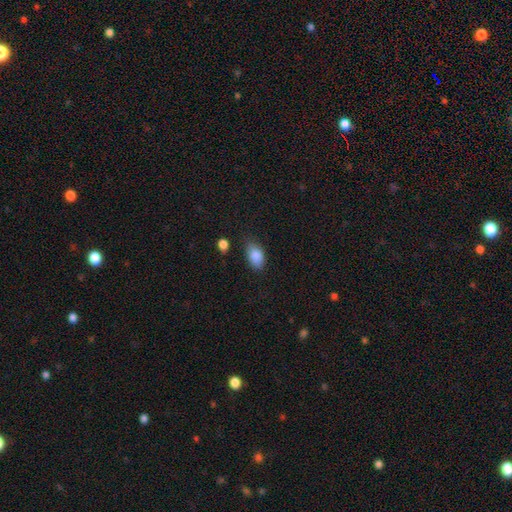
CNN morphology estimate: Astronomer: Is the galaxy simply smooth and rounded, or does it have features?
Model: smooth — 87%.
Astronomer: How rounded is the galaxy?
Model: in between — 90%.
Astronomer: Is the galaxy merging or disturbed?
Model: none — 65%.